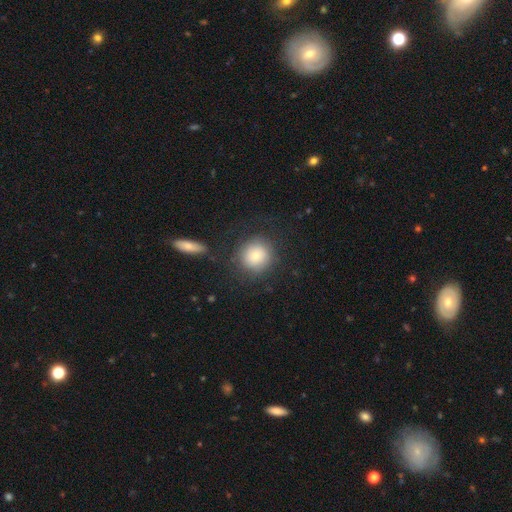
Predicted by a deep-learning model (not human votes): Overall: smooth (76%). How rounded: round (89%). Merging: none (78%).